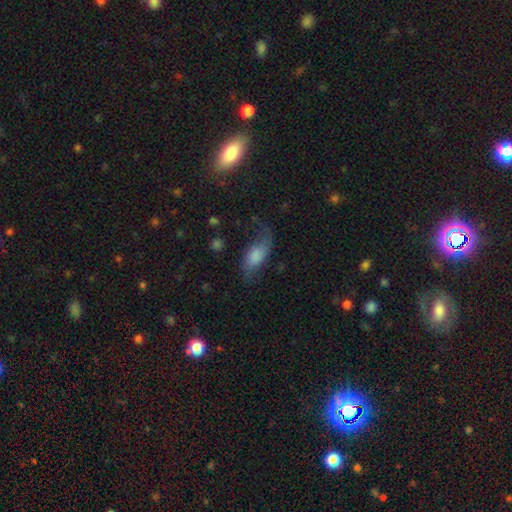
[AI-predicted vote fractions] Morphology: type=smooth (49%); merging=none (49%).